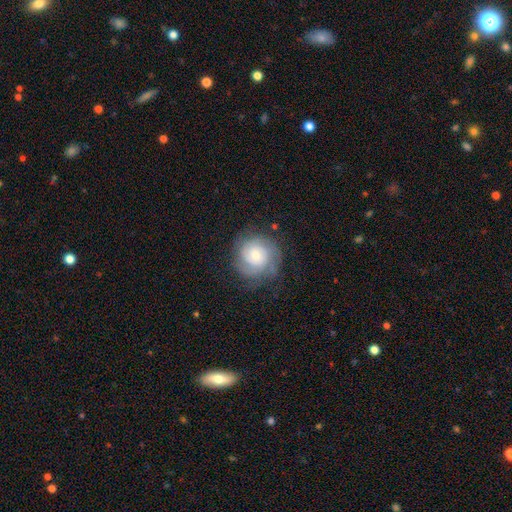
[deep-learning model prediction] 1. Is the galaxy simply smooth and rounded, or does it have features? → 68% featured or disk, 25% smooth, 8% star or artifact.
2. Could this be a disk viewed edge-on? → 98% no, 2% yes.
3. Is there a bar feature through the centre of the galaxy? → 72% no, 24% weak, 4% strong.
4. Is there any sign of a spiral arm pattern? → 92% yes, 8% no.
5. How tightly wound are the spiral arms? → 69% tight, 25% medium, 7% loose.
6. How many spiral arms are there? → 34% can't tell, 31% 2, 19% 3, 6% 4, 6% 1, 4% more than 4.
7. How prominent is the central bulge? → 45% small, 44% moderate, 8% large, 2% none, 2% dominant.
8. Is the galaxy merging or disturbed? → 74% none, 17% minor disturbance, 8% major disturbance, 1% merger.